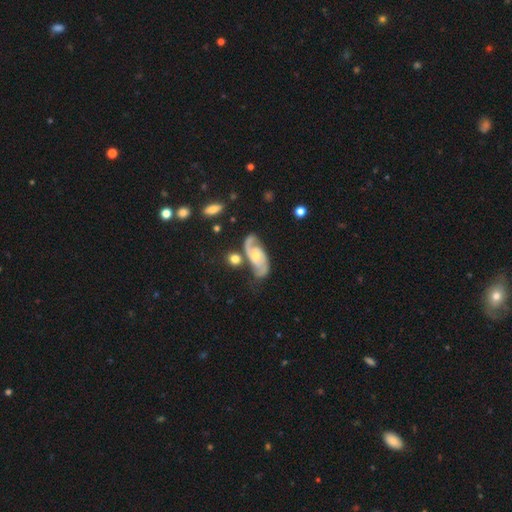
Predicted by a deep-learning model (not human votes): Overall: featured or disk (87%). Edge-on disk: no (96%). Bar: no (63%; weak 29%). Spiral arms: yes (97%). Spiral arm count: 2 (89%). Spiral winding: medium (49%; tight 35%). Bulge size: small (50%; moderate 44%). Merging: none (67%).